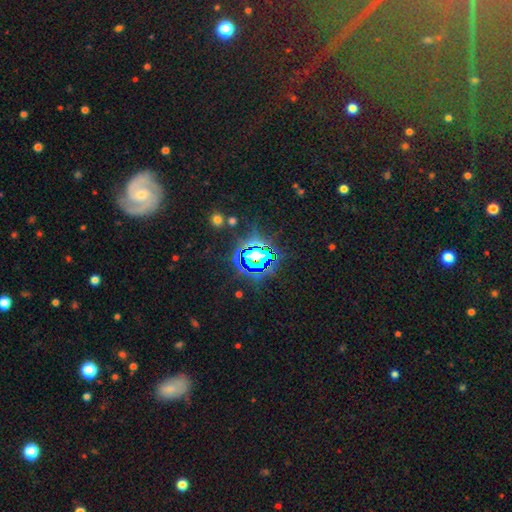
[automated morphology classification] Smooth or featured: star or artifact — 77% (smooth — 13%)